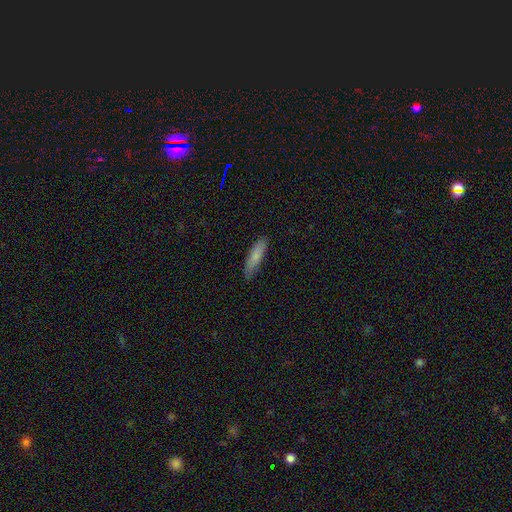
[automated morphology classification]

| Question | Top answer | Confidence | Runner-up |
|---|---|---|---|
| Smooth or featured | smooth | 81% | featured or disk (13%) |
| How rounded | cigar-shaped | 72% | in between (27%) |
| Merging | none | 81% | minor disturbance (15%) |